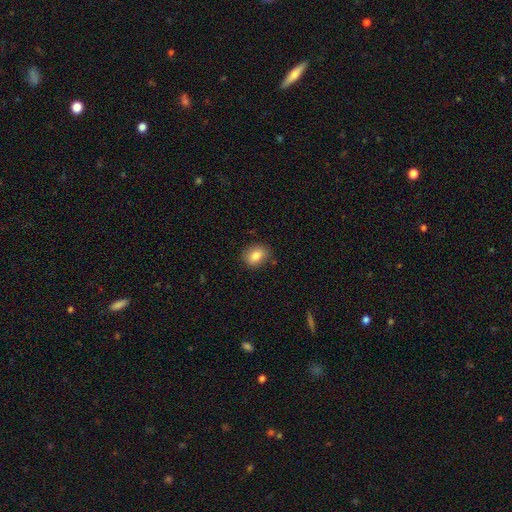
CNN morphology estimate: type=smooth (83%); roundness=in between (59%); merging=none (85%).